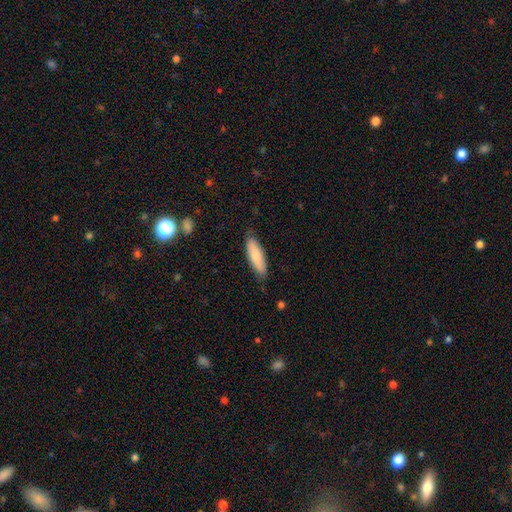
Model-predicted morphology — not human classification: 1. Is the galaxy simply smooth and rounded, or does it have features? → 78% smooth, 17% featured or disk, 5% star or artifact.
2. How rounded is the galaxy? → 55% in between, 44% cigar-shaped, 2% round.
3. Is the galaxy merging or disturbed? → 79% none, 17% minor disturbance, 3% major disturbance, 1% merger.